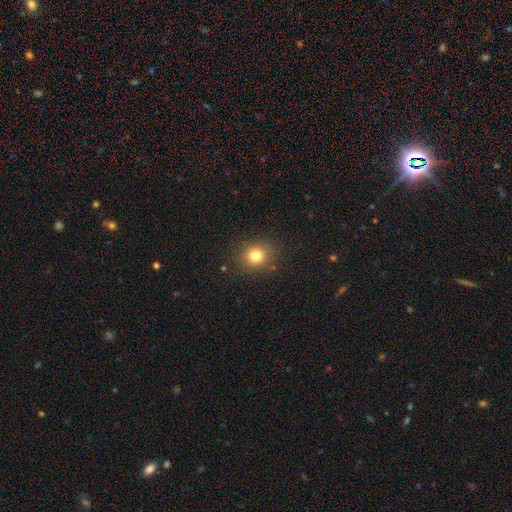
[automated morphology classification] Smooth or featured? smooth (79%)
How rounded? round (76%)
Merging? none (86%)